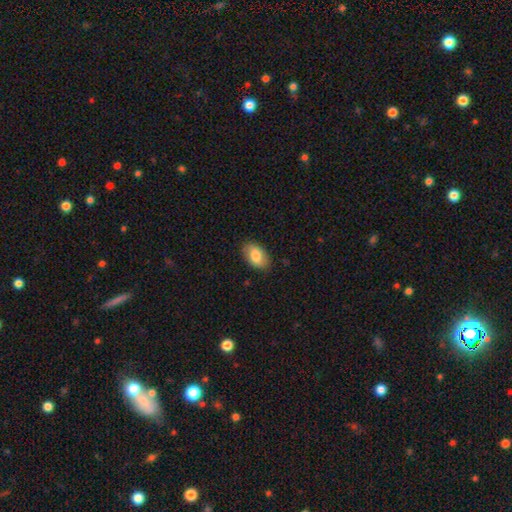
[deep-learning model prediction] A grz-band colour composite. It shows a smooth galaxy with no disk features (82%) that is in between round and cigar-shaped (91%). Merging: none (84%).